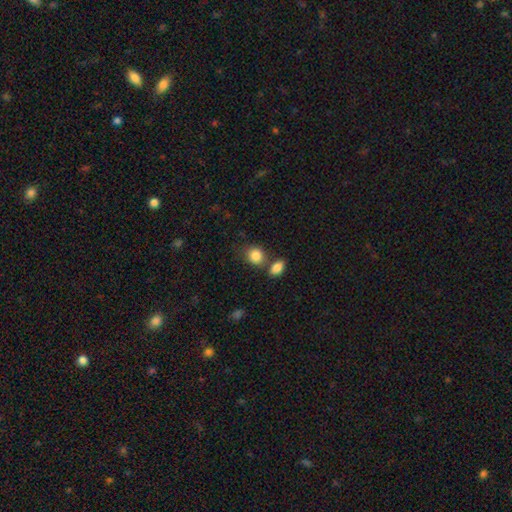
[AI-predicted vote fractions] This is clearly a smooth galaxy (86%). How rounded: likely round (63%). Merging: possibly none (59%).